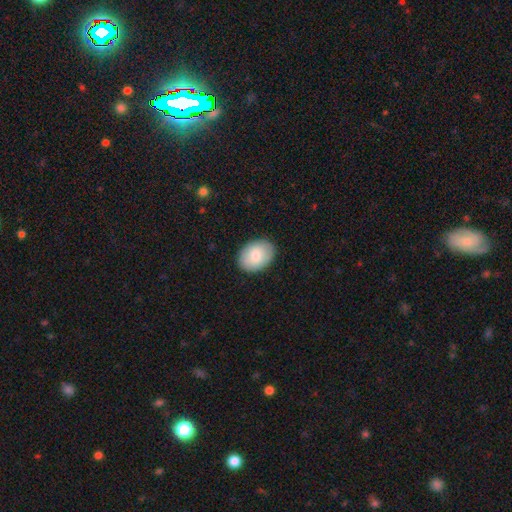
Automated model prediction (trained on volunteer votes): This is likely a smooth galaxy (80%). How rounded: likely in between (76%). Merging: clearly none (88%).